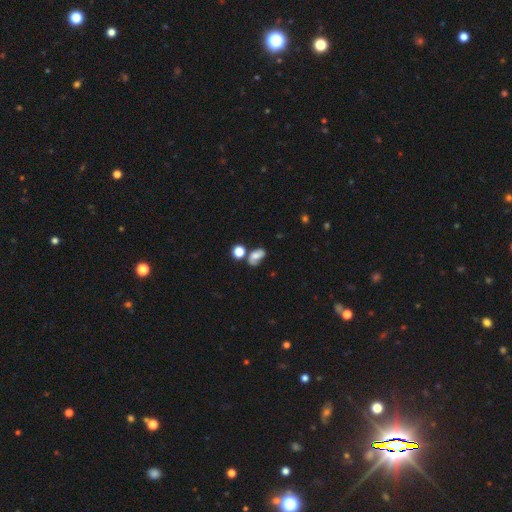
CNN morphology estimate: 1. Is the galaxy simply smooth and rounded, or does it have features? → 54% smooth, 32% featured or disk, 14% star or artifact.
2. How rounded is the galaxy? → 76% in between, 21% round, 3% cigar-shaped.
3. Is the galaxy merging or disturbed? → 42% none, 23% minor disturbance, 21% merger, 13% major disturbance.